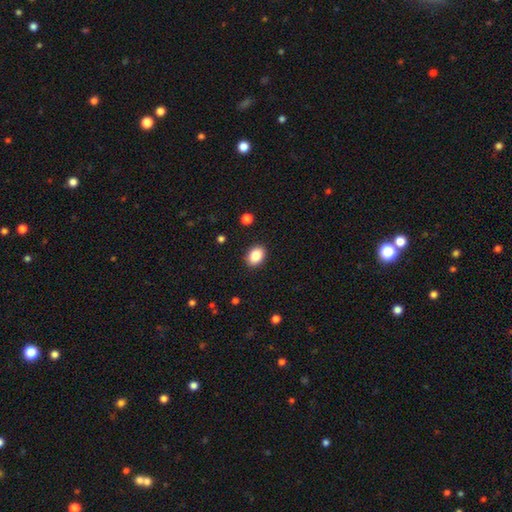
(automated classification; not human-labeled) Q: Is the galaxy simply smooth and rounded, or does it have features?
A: smooth — 86%.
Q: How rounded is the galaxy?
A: in between — 75%.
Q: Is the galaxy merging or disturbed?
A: none — 89%.